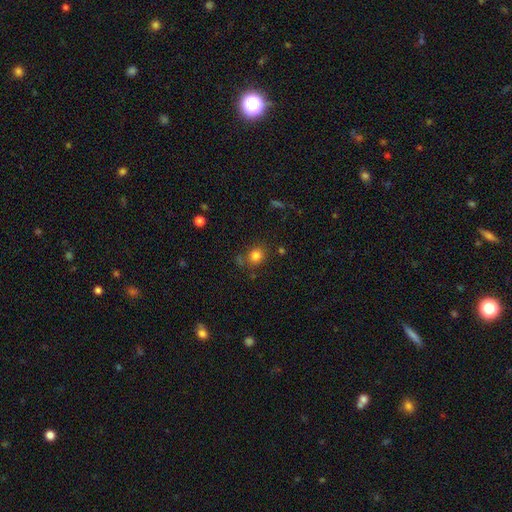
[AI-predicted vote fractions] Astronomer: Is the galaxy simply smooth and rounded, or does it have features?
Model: smooth — 80%.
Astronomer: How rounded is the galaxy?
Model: round — 77%.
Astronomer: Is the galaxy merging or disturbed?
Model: none — 74%.